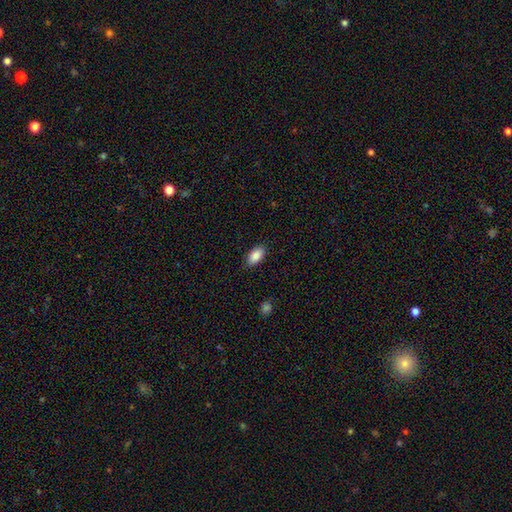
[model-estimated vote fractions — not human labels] smooth 89%, star or artifact 7%, featured or disk 4%. Down the decision tree: how rounded — in between (93%); merging — none (86%).